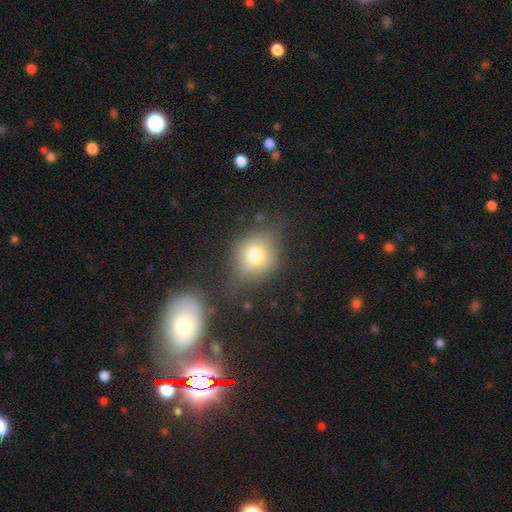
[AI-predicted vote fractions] smooth-or-featured: smooth: 63% | featured or disk: 24% | star or artifact: 13%
  how-rounded: round: 64% | in between: 33% | cigar-shaped: 3%
  merging: none: 59% | minor disturbance: 22% | major disturbance: 12% | merger: 6%